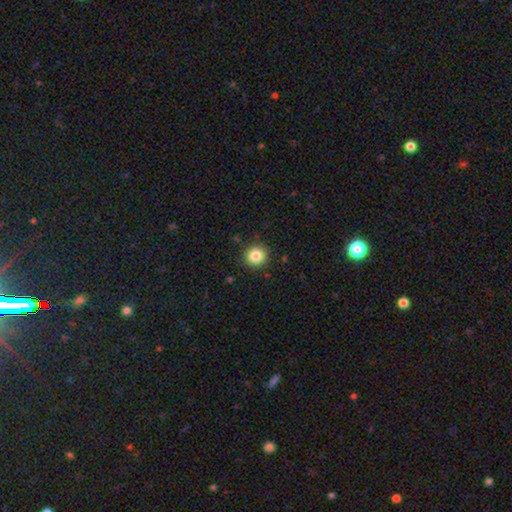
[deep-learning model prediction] Smooth or featured?
  - smooth: 86% *
  - star or artifact: 10%
  - featured or disk: 4%
How rounded?
  - round: 93% *
  - in between: 6%
  - cigar-shaped: 1%
Merging?
  - none: 91% *
  - minor disturbance: 6%
  - major disturbance: 2%
  - merger: 1%